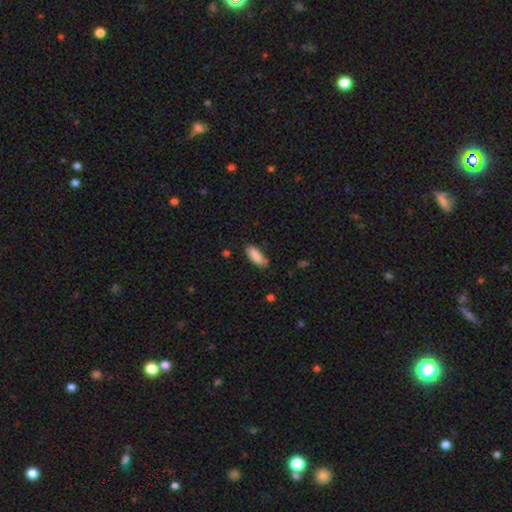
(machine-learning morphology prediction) Overall: smooth (87%). How rounded: in between (71%). Merging: none (72%).